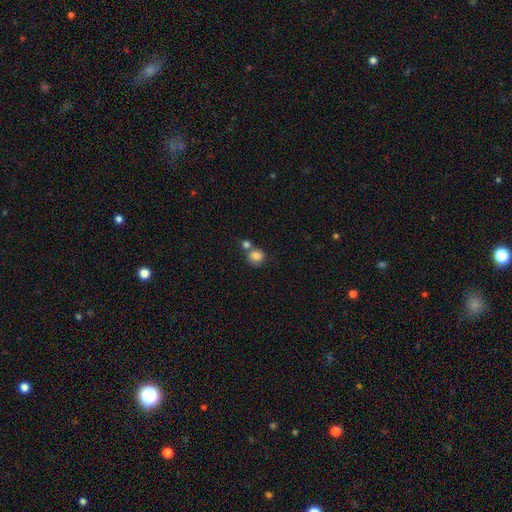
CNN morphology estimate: Smooth or featured? Predicted: smooth (p=0.83). How rounded? Predicted: round (p=0.79). Merging? Predicted: none (p=0.45).